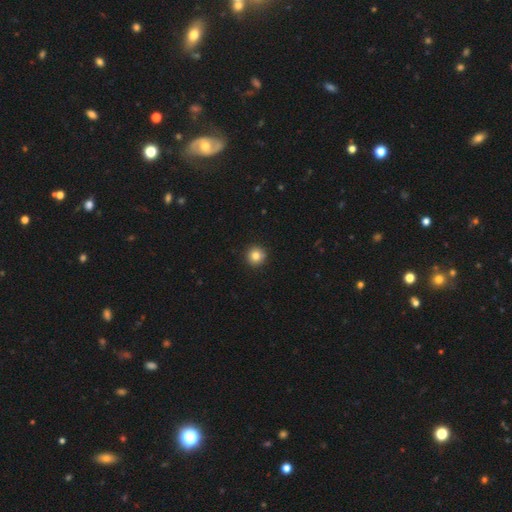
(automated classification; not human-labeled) Morphology: type=smooth (83%); roundness=round (95%); merging=none (93%).